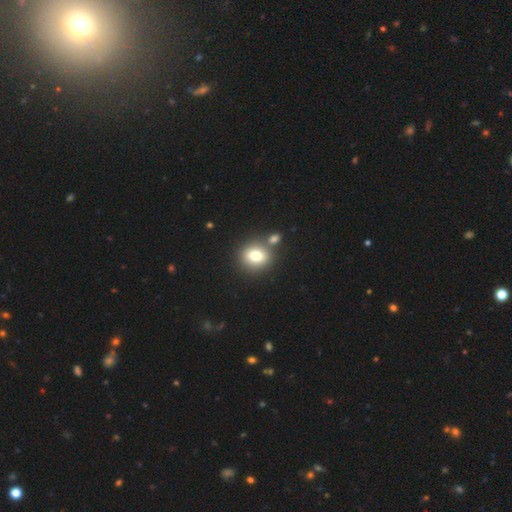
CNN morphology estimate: The model was most divided on "merging": none: 68%, merger: 21%, minor disturbance: 8%, major disturbance: 3%. More confident: how rounded — round (80%); smooth or featured — smooth (76%).